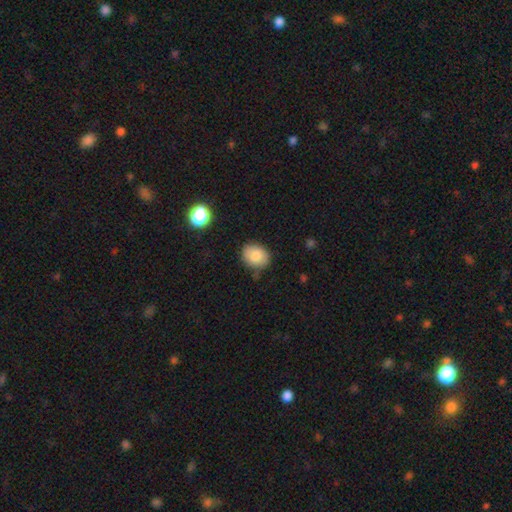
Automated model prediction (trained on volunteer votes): smooth-or-featured: smooth: 80% | featured or disk: 11% | star or artifact: 9%
  how-rounded: in between: 52% | round: 47% | cigar-shaped: 1%
  merging: none: 78% | minor disturbance: 16% | major disturbance: 3% | merger: 2%